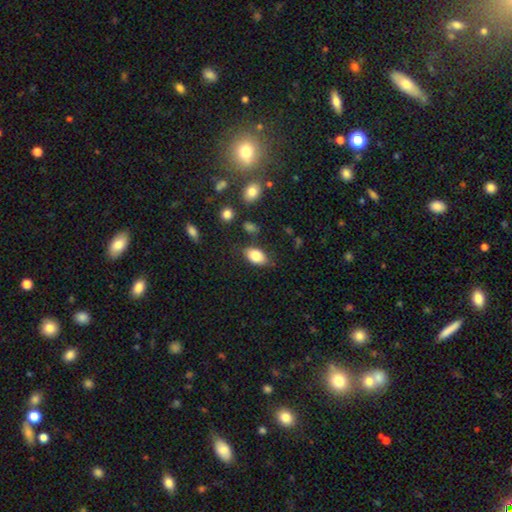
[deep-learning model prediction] Smooth or featured? smooth (83%)
How rounded? in between (91%)
Merging? none (79%)